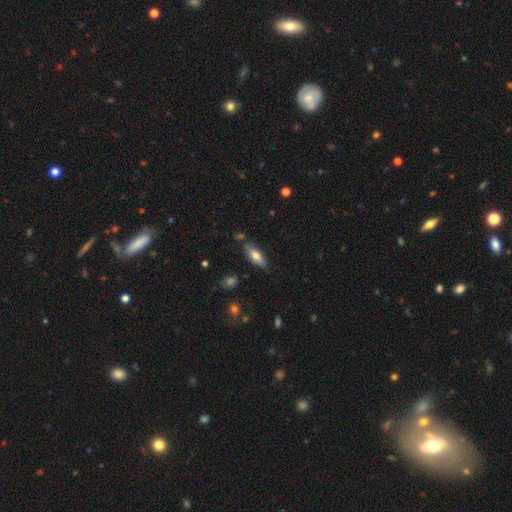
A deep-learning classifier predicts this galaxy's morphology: Q: Smooth or featured?
A: smooth (67%); runner-up: featured or disk (27%)
Q: How rounded?
A: in between (56%); runner-up: cigar-shaped (42%)
Q: Merging?
A: none (77%); runner-up: minor disturbance (15%)